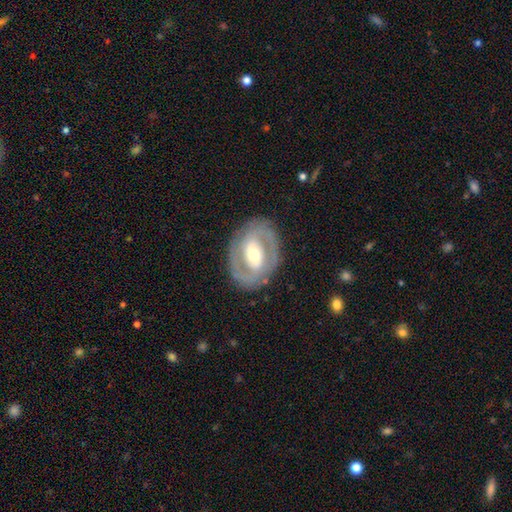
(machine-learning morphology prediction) This appears to be a featured or disk galaxy (79%) with a strong bar (45%), 2 (79%) tight (51%) spiral arms (69%) and a moderate central bulge (65%). Merging: none (83%).